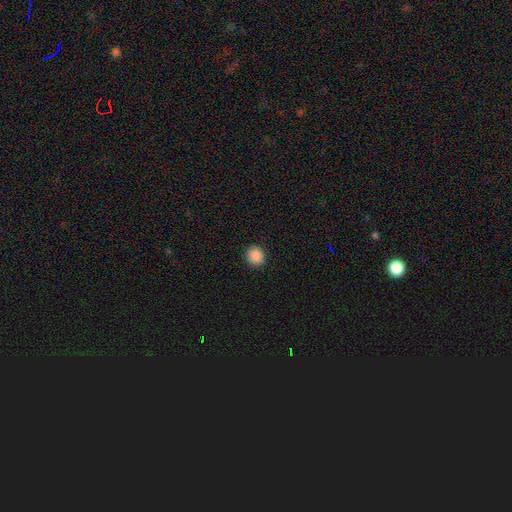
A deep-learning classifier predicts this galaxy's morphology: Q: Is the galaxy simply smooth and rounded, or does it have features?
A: smooth — 88%.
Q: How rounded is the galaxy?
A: round — 82%.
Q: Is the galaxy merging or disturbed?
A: none — 91%.